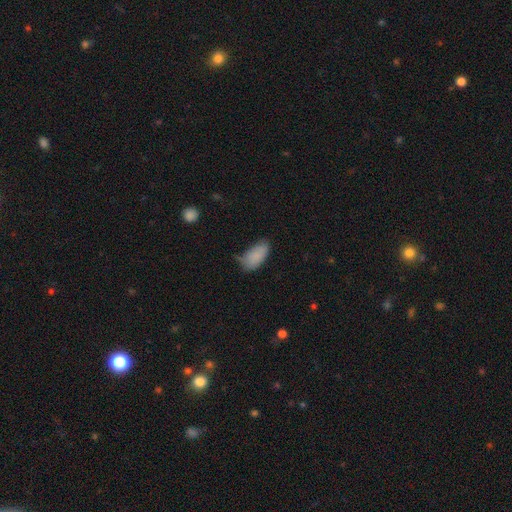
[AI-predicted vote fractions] A smooth galaxy with no disk features (86%) that is in between round and cigar-shaped (94%).

Vote fractions:
- Smooth or featured? smooth: 86% / featured or disk: 7% / star or artifact: 7%
- How rounded? in between: 94% / cigar-shaped: 4% / round: 3%
- Merging? none: 48% / minor disturbance: 39% / major disturbance: 10% / merger: 3%